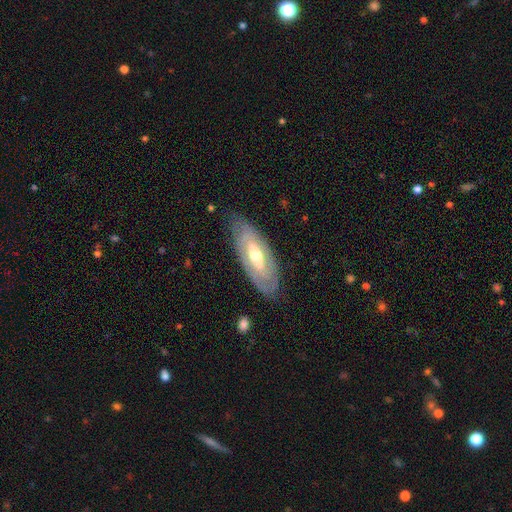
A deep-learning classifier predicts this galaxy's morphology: This is likely a featured or disk galaxy (68%). It is clearly not viewed edge-on (81%). Bar: possibly no (50%). Spiral arm pattern: likely yes (61%). Central bulge: likely moderate (67%). Merging: likely none (79%).